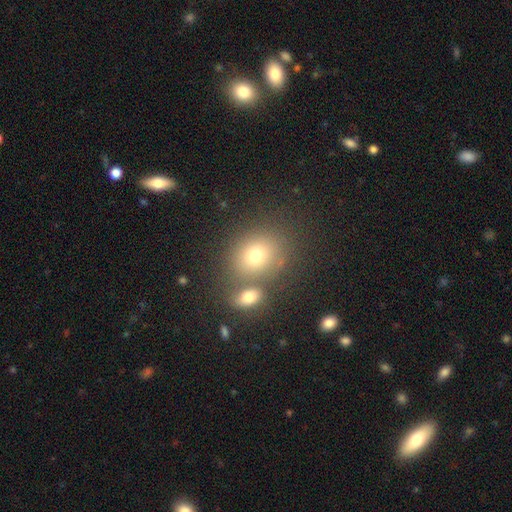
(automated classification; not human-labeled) Overall: smooth (72%). How rounded: round (55%; in between 43%). Merging: none (61%; merger 24%).